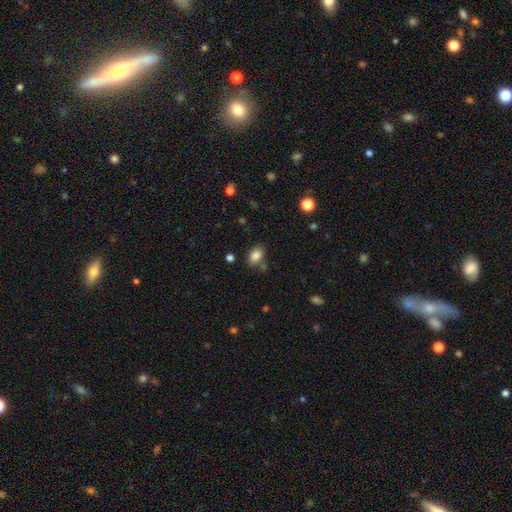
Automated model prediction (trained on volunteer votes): Q: Smooth or featured?
A: smooth (84%); runner-up: star or artifact (9%)
Q: How rounded?
A: in between (85%); runner-up: round (14%)
Q: Merging?
A: none (76%); runner-up: minor disturbance (13%)